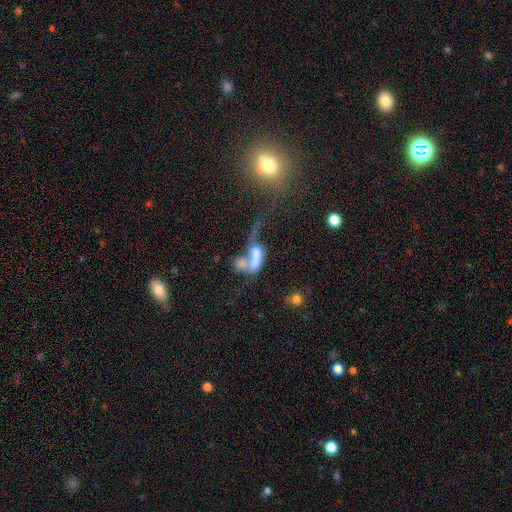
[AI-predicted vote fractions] smooth_or_featured: smooth (p=0.44) [alt: featured or disk p=0.43]
merging: merger (p=0.66) [alt: major disturbance p=0.19]